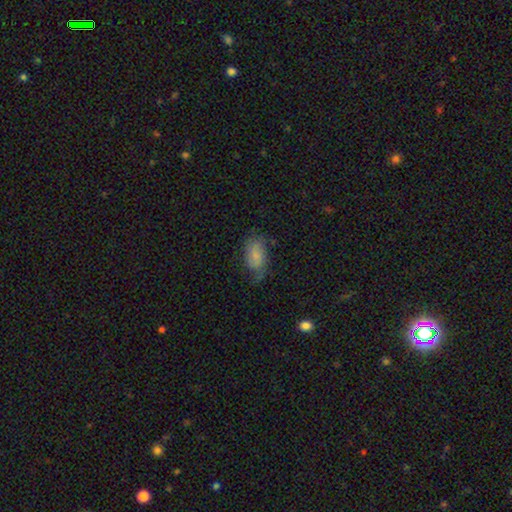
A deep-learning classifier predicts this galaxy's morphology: type=smooth (69%); roundness=in between (92%); merging=none (52%).